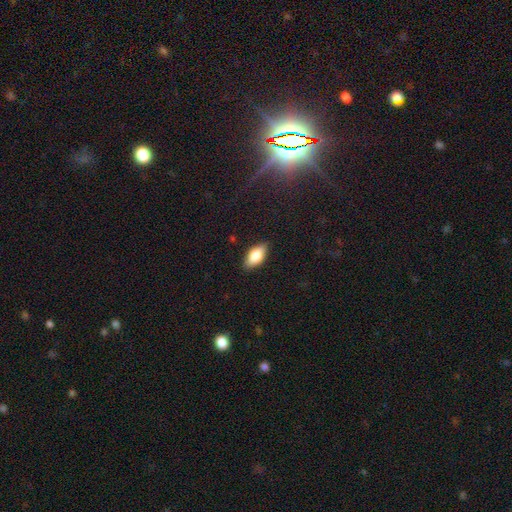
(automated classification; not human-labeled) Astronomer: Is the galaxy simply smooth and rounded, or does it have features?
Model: smooth — 75%.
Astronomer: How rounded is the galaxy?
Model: in between — 87%.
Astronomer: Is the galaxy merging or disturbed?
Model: none — 87%.